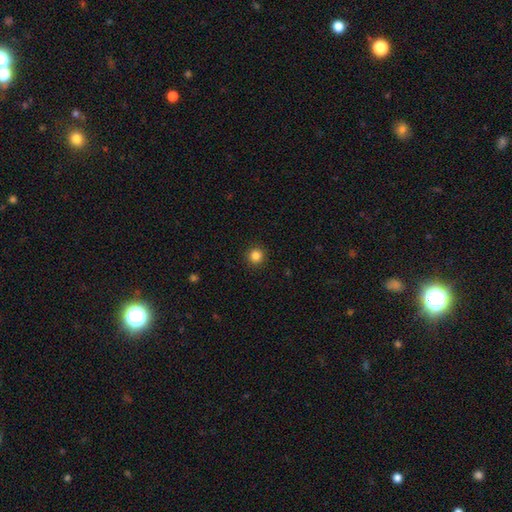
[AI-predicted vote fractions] Smooth or featured? smooth (85%)
How rounded? round (94%)
Merging? none (92%)